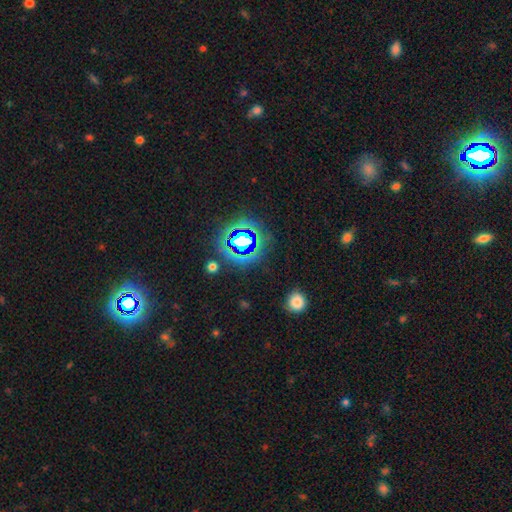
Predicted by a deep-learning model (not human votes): Smooth or featured?
  - star or artifact: 75% *
  - smooth: 18%
  - featured or disk: 7%